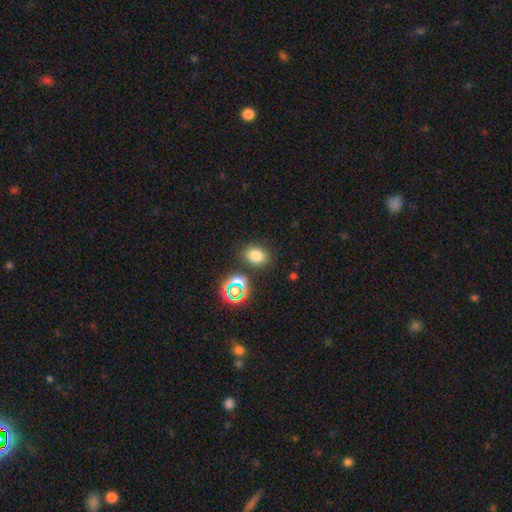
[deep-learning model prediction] A smooth galaxy with no disk features (74%) that is in between round and cigar-shaped (54%).

Vote fractions:
- Smooth or featured? smooth: 74% / star or artifact: 19% / featured or disk: 7%
- How rounded? in between: 54% / round: 45% / cigar-shaped: 1%
- Merging? none: 82% / minor disturbance: 10% / merger: 5% / major disturbance: 3%